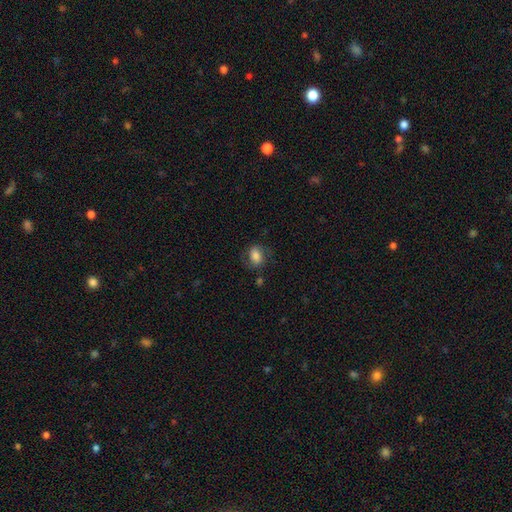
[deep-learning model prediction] Smooth or featured: smooth — 68% (featured or disk — 23%)
How rounded: in between — 65% (round — 33%)
Merging: none — 66% (minor disturbance — 21%)